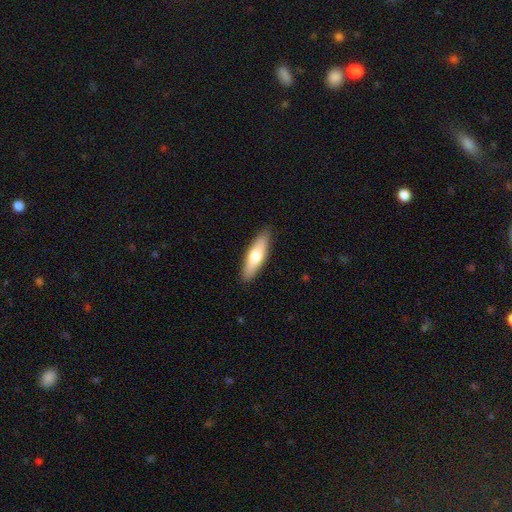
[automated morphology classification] Overall: smooth (64%; featured or disk 31%). How rounded: cigar-shaped (62%; in between 36%). Merging: none (89%).